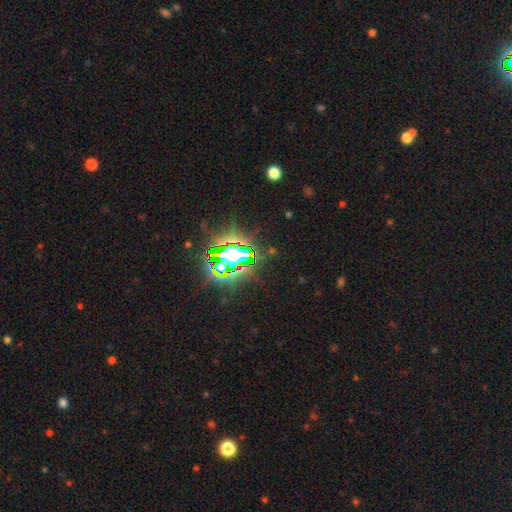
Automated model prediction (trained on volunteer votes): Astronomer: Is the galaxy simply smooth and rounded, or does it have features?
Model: star or artifact — 79%.